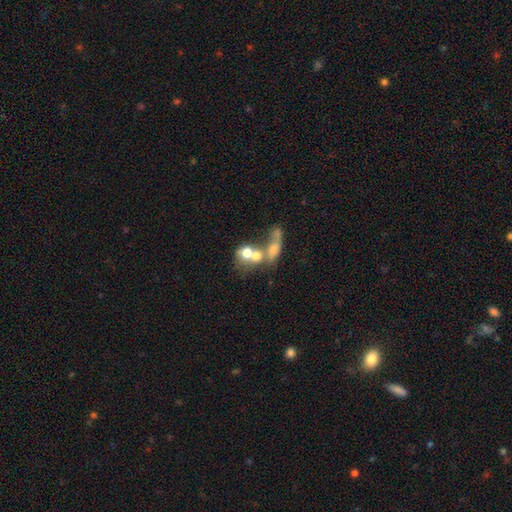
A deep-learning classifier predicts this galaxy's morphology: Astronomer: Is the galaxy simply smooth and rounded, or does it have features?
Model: smooth — 60%.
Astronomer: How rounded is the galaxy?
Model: round — 57% (runner-up: in between, 39%).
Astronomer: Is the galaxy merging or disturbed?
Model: merger — 65%.